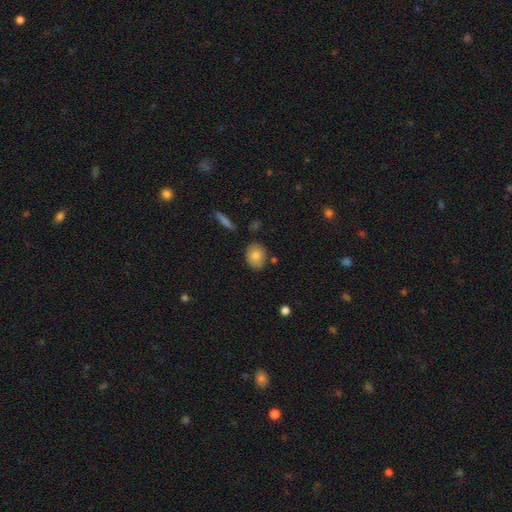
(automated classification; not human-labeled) Morphology: type=smooth (78%); roundness=in between (56%); merging=none (78%).